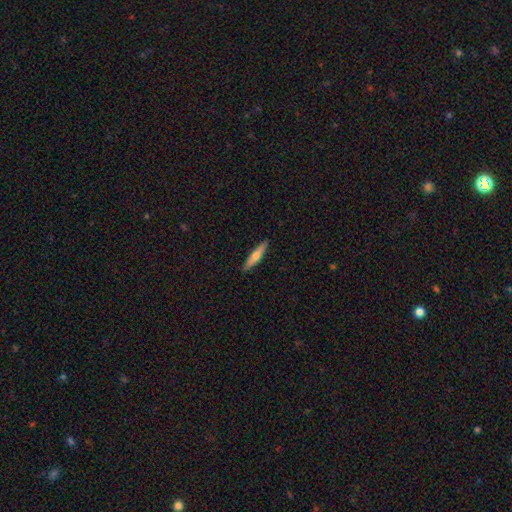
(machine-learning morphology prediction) This appears to be a smooth galaxy with no disk features (53%) that is cigar-shaped (87%). Merging: none (90%).